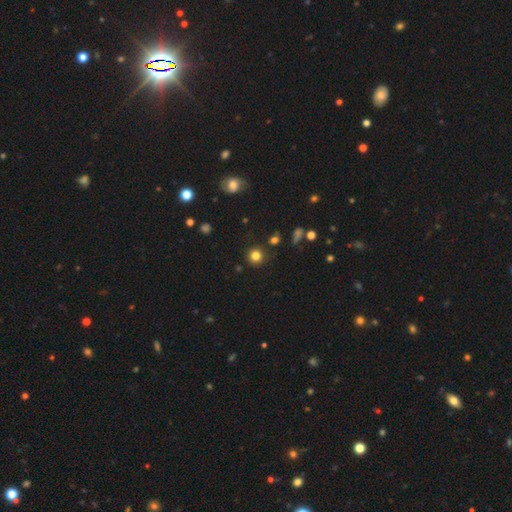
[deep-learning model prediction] Overall: smooth (81%). How rounded: round (94%). Merging: none (88%).